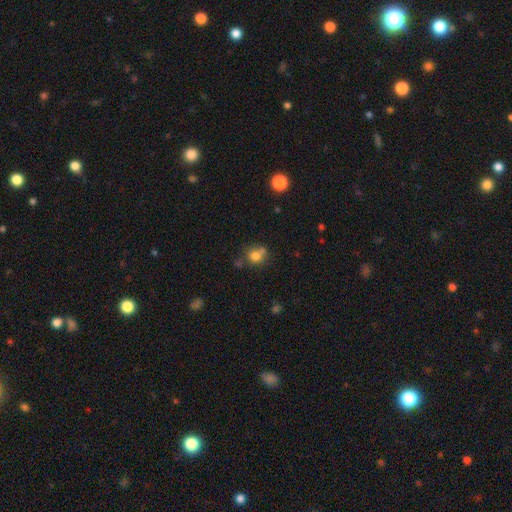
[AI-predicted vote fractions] Smooth or featured: smooth — 77% (star or artifact — 13%)
How rounded: round — 83% (in between — 16%)
Merging: none — 56% (merger — 28%)